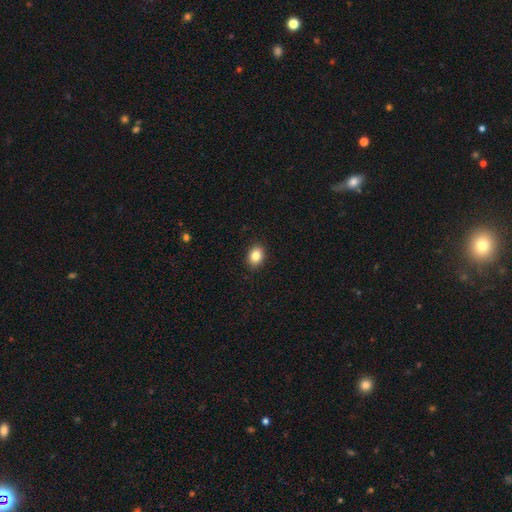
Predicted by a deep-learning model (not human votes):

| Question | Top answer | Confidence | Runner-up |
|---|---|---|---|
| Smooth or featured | smooth | 84% | star or artifact (9%) |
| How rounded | in between | 66% | round (33%) |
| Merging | none | 91% | minor disturbance (6%) |